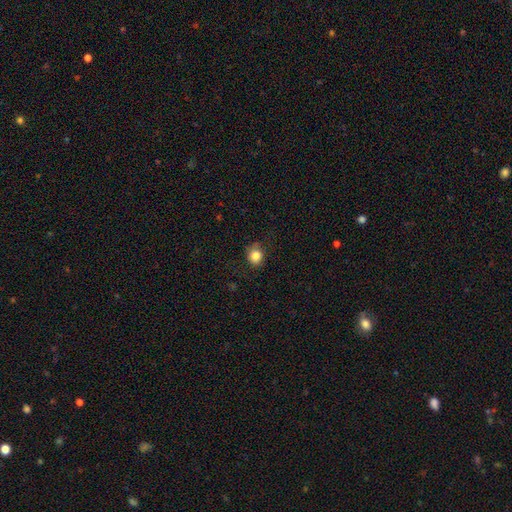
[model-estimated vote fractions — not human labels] Smooth or featured? smooth (83%)
How rounded? round (72%)
Merging? none (74%)